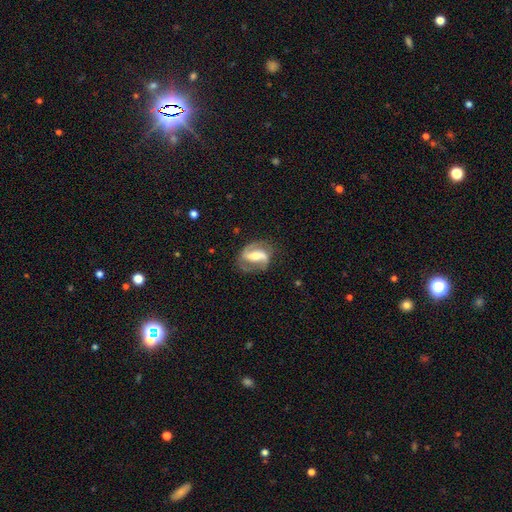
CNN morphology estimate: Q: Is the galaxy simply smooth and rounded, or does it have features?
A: featured or disk — 84%.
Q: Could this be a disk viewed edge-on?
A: no — 96%.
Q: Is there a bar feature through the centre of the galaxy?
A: strong — 52%.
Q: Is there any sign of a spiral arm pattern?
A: yes — 94%.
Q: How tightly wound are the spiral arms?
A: medium — 48%.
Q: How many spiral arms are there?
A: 2 — 89%.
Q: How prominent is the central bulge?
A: moderate — 50%.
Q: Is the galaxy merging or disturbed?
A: none — 71%.